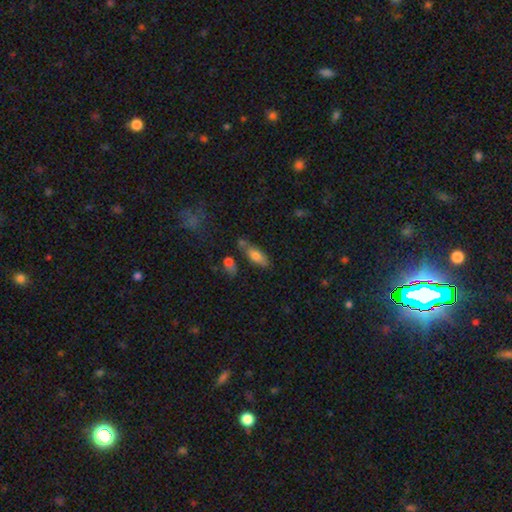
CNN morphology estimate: smooth_or_featured: smooth (p=0.76) [alt: featured or disk p=0.17]
how_rounded: in between (p=0.73) [alt: cigar-shaped p=0.24]
merging: none (p=0.60) [alt: minor disturbance p=0.19]